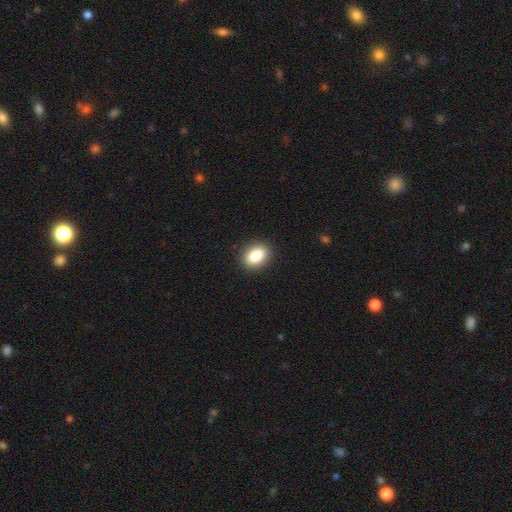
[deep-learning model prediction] Smooth or featured: smooth — 85% (star or artifact — 9%)
How rounded: in between — 72% (round — 27%)
Merging: none — 90% (minor disturbance — 7%)